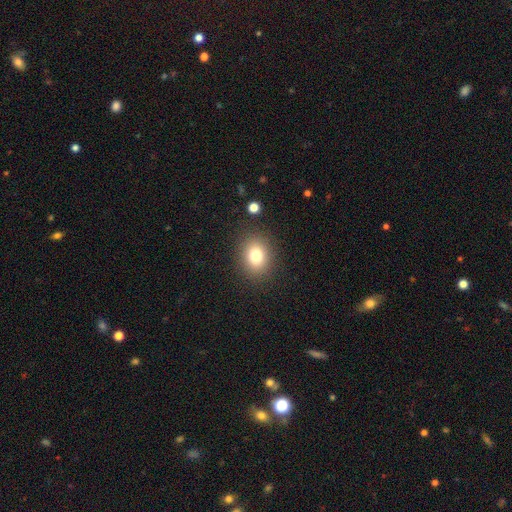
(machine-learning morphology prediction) Smooth or featured? Predicted: smooth (p=0.78). How rounded? Predicted: round (p=0.52). Merging? Predicted: none (p=0.87).